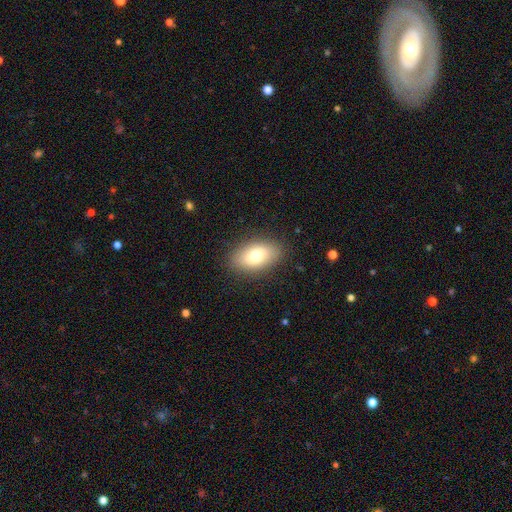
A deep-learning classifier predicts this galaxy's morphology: smooth 75%, featured or disk 17%, star or artifact 8%. Down the decision tree: how rounded — in between (91%); merging — none (87%).